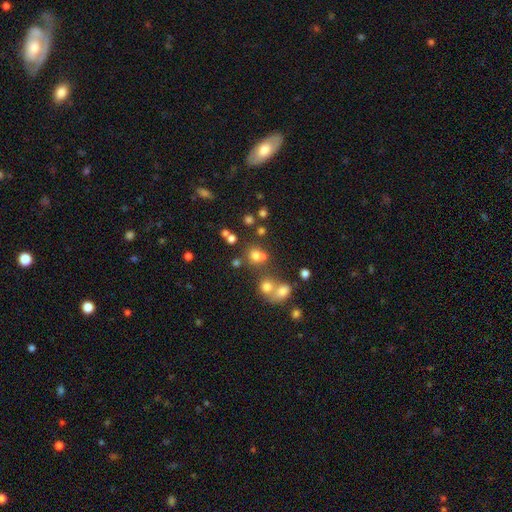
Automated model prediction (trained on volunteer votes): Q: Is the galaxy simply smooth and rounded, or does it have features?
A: smooth — 68%.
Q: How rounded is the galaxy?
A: round — 83%.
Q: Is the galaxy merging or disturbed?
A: none — 54%.